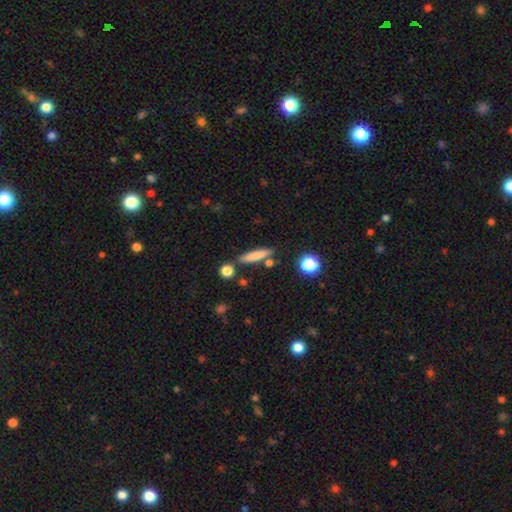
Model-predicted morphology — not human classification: Smooth or featured: smooth — 78% (featured or disk — 15%)
How rounded: cigar-shaped — 81% (in between — 16%)
Merging: none — 79% (minor disturbance — 11%)